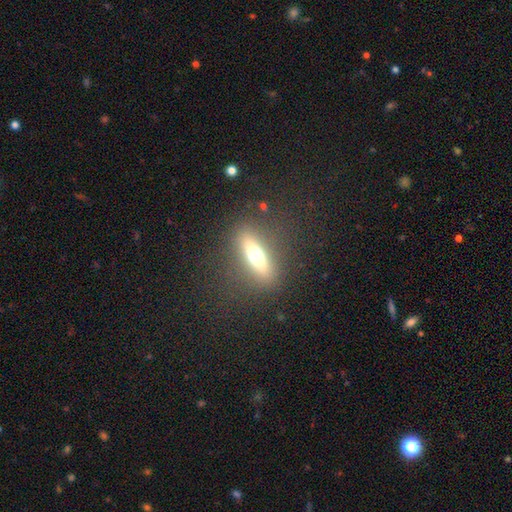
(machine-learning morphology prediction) This is marginally a featured or disk galaxy (45%). Merging: clearly none (84%).